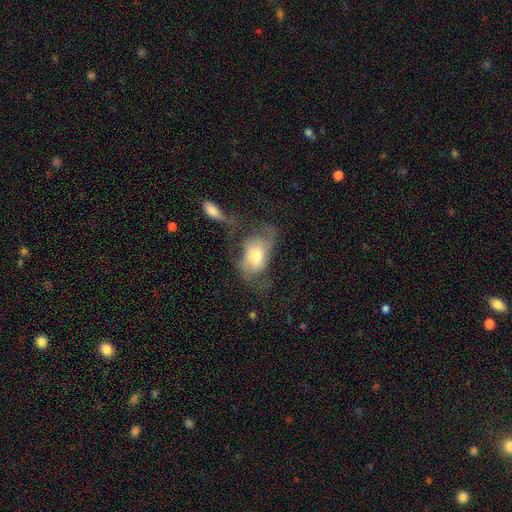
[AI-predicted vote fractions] smooth_or_featured: smooth (p=0.47) [alt: featured or disk p=0.45]
merging: major disturbance (p=0.37) [alt: none p=0.26]